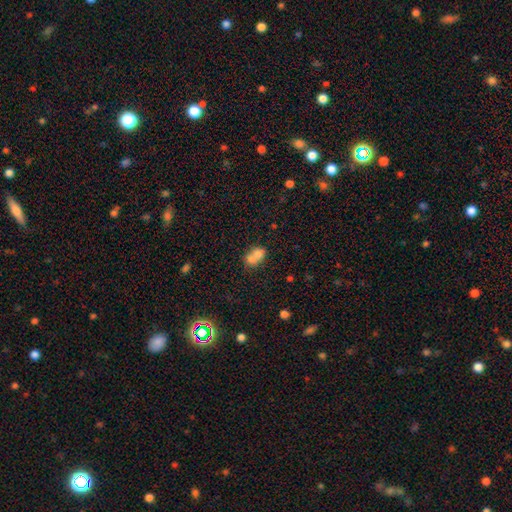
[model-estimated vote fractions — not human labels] Morphology: type=smooth (69%); roundness=round (50%); merging=merger (66%).